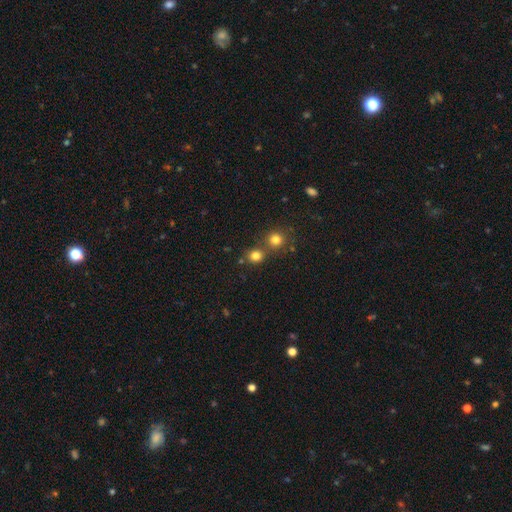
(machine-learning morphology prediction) type=smooth (78%); roundness=round (83%); merging=none (65%).